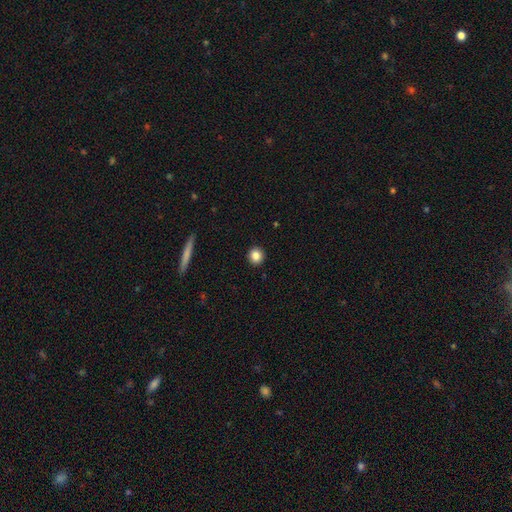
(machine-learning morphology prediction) A smooth galaxy with no disk features (85%) that is round (92%). Merging: none (92%).